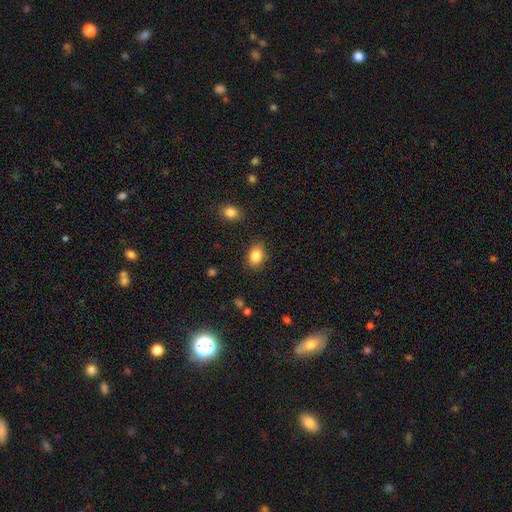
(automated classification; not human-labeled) A smooth galaxy with no disk features (85%) that is in between round and cigar-shaped (72%). Merging: none (83%).